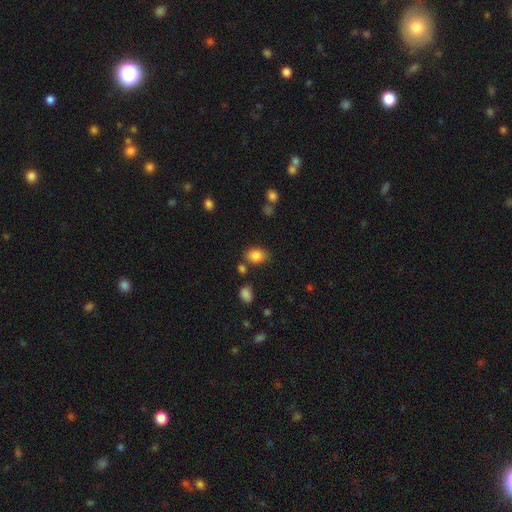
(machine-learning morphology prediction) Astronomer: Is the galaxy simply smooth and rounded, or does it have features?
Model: smooth — 85%.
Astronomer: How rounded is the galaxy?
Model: in between — 59% (runner-up: round, 40%).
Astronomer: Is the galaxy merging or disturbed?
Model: none — 74%.